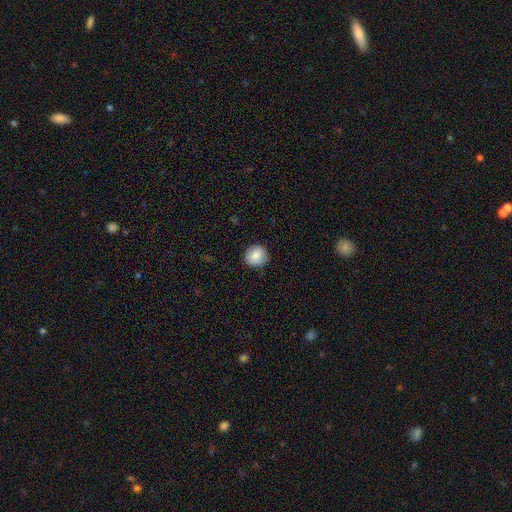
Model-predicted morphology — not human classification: Smooth or featured? Predicted: smooth (p=0.85). How rounded? Predicted: round (p=0.90). Merging? Predicted: none (p=0.89).